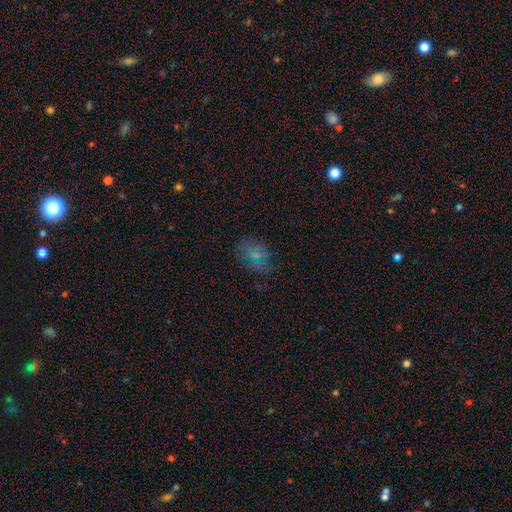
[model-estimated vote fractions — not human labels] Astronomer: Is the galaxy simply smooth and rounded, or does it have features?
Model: smooth — 46% (runner-up: star or artifact, 38%).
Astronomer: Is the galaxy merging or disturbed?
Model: none — 78%.